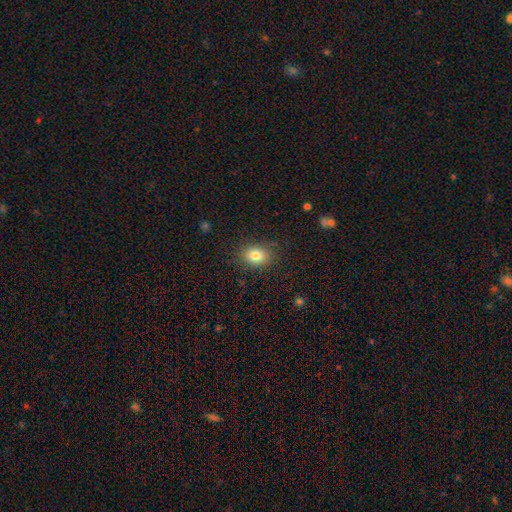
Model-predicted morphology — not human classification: type=smooth (81%); roundness=in between (63%); merging=none (84%).